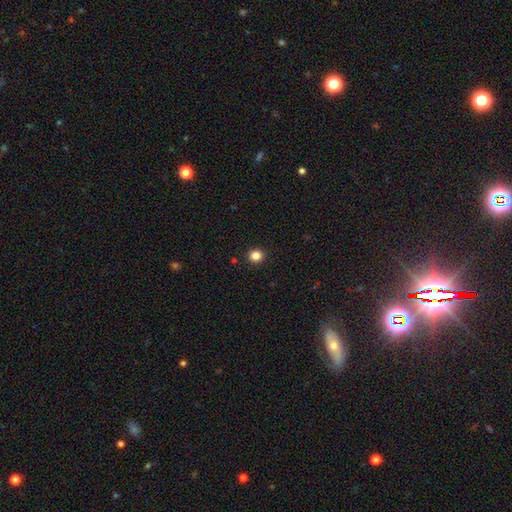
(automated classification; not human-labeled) smooth 85%, star or artifact 12%, featured or disk 3%. Down the decision tree: how rounded — round (90%); merging — none (92%).